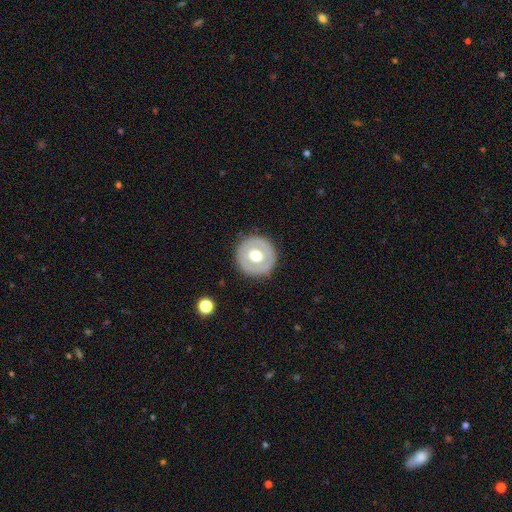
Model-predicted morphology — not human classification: The model was most divided on "smooth or featured": smooth: 54%, featured or disk: 39%, star or artifact: 7%. More confident: how rounded — round (94%); merging — none (89%).